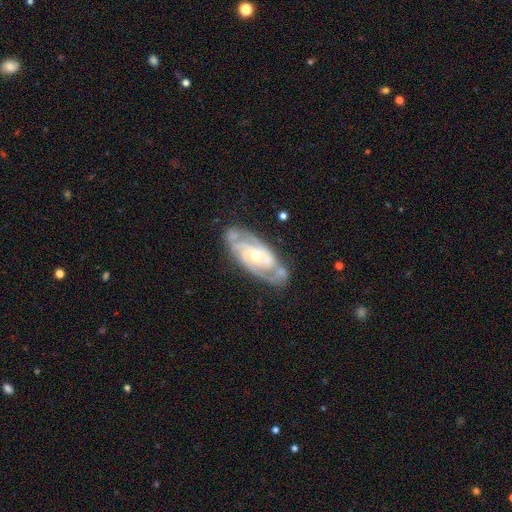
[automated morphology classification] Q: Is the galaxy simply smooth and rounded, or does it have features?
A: featured or disk — 89%.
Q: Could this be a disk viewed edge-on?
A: no — 94%.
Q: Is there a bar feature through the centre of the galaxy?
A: no — 59%.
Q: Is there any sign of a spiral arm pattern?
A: yes — 96%.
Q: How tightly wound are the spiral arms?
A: tight — 57%.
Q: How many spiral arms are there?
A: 2 — 54%.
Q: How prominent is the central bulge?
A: moderate — 56%.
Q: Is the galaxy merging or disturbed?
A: none — 71%.